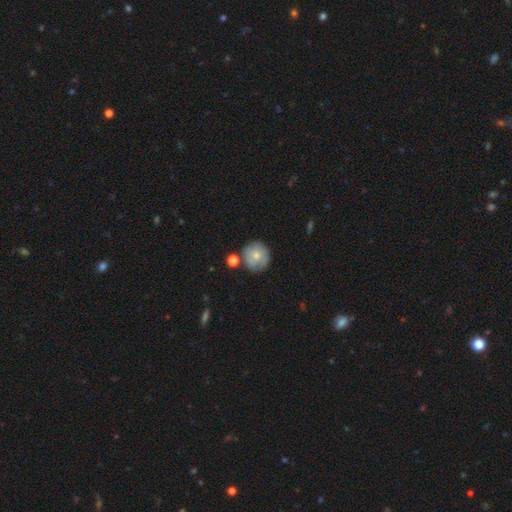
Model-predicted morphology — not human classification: Overall: smooth (66%; featured or disk 27%). How rounded: round (92%). Merging: none (71%).